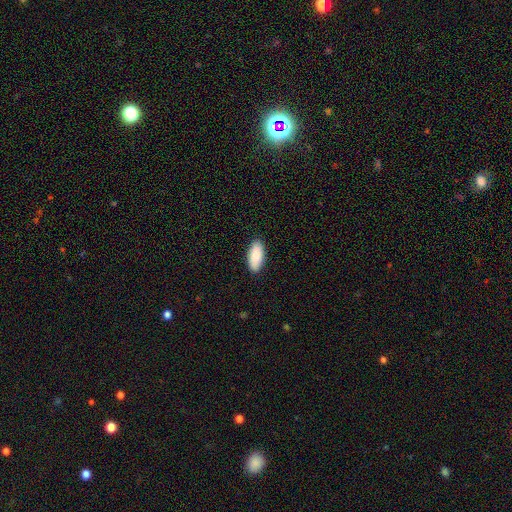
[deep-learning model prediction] Morphology: type=smooth (89%); roundness=in between (87%); merging=none (90%).